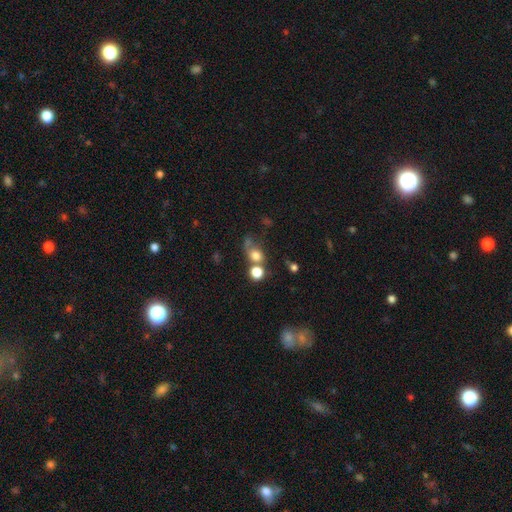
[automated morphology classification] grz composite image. It shows a smooth galaxy with no disk features (71%) that is round (70%). Merging: none (36%, tied with merger).